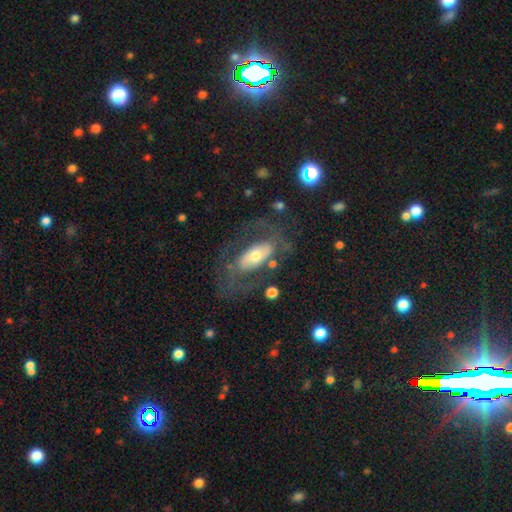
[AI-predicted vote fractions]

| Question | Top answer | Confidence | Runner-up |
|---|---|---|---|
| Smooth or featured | featured or disk | 62% | smooth (31%) |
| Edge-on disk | no | 88% | yes (12%) |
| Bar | no | 53% | weak (25%) |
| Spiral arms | yes | 56% | no (44%) |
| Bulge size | moderate | 54% | small (32%) |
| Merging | none | 59% | major disturbance (21%) |